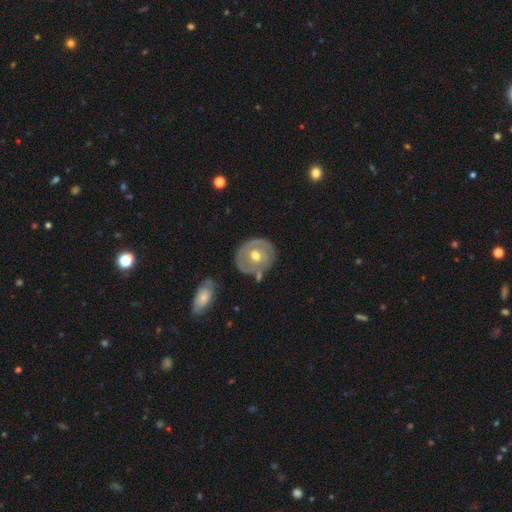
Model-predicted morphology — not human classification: This appears to be a featured or disk galaxy (55%) with no bar (75%), no spiral arms (60%) and a moderate central bulge (75%). Merging: none (67%).